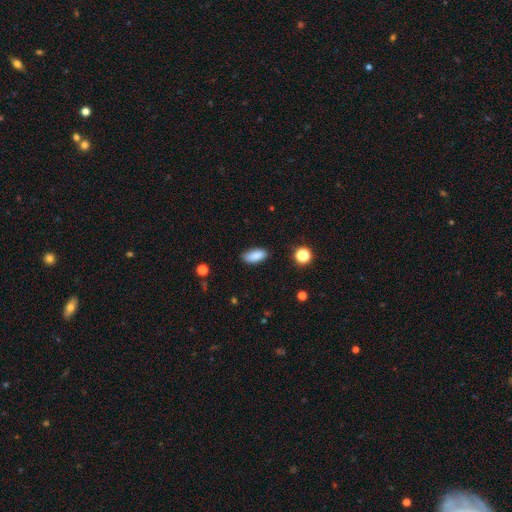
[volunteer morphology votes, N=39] smooth_or_featured: smooth (p=0.95) [alt: featured or disk p=0.03]
how_rounded: in between (p=0.81) [alt: cigar-shaped p=0.14]
merging: none (p=0.76) [alt: minor disturbance p=0.16]